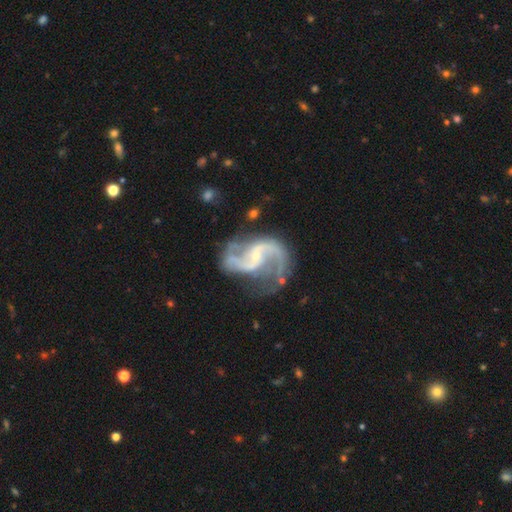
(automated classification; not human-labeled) smooth-or-featured: featured or disk: 92% | star or artifact: 5% | smooth: 3%
  disk-edge-on: no: 98% | yes: 2%
    bar: weak: 42% | no: 40% | strong: 18%
    has-spiral-arms: yes: 98% | no: 2%
      spiral-winding: medium: 46% | loose: 45% | tight: 9%
      spiral-arm-count: 2: 92% | can't tell: 2% | 3: 2% | 1: 2% | 4: 1% | more than 4: 1%
    bulge-size: small: 75% | moderate: 19% | none: 4% | large: 1% | dominant: 1%
  merging: none: 63% | minor disturbance: 20% | major disturbance: 14% | merger: 3%